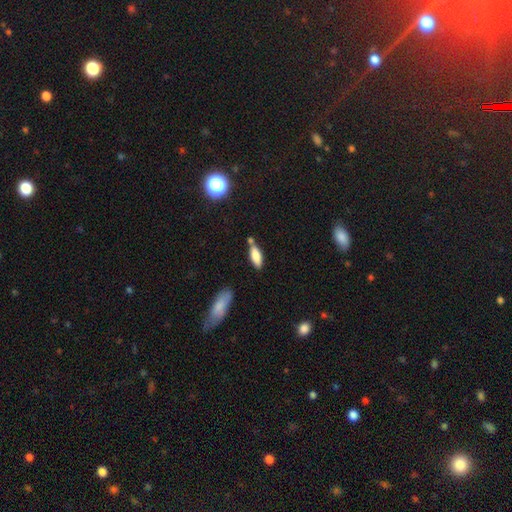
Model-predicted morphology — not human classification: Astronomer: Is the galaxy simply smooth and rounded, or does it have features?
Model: smooth — 77%.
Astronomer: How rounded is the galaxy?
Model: in between — 64%.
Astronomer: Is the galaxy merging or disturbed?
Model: none — 65%.